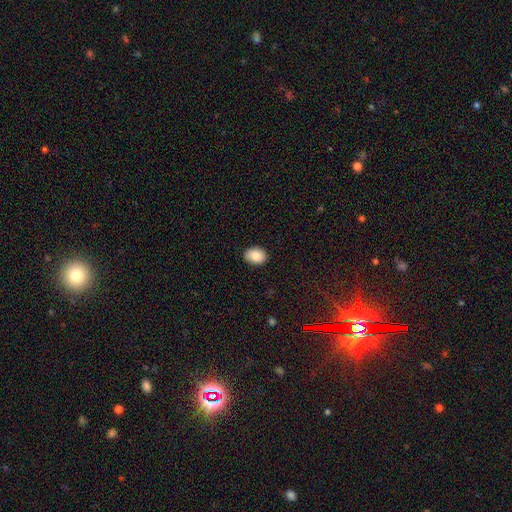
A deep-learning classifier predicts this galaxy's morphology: Smooth or featured: smooth — 88% (star or artifact — 7%)
How rounded: in between — 71% (round — 28%)
Merging: none — 86% (minor disturbance — 11%)